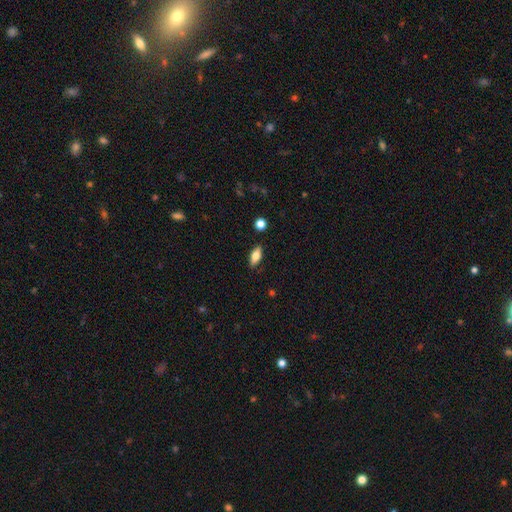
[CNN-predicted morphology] smooth 67%, featured or disk 26%, star or artifact 7%. Down the decision tree: how rounded — in between (77%); merging — none (87%).